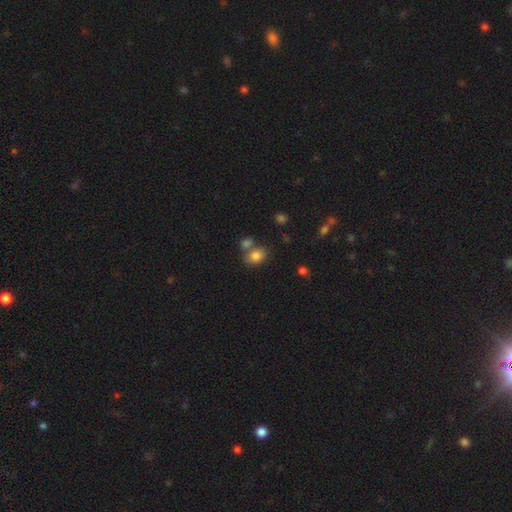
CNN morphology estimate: This is clearly a smooth galaxy (82%). How rounded: likely in between (61%). Merging: possibly none (53%).